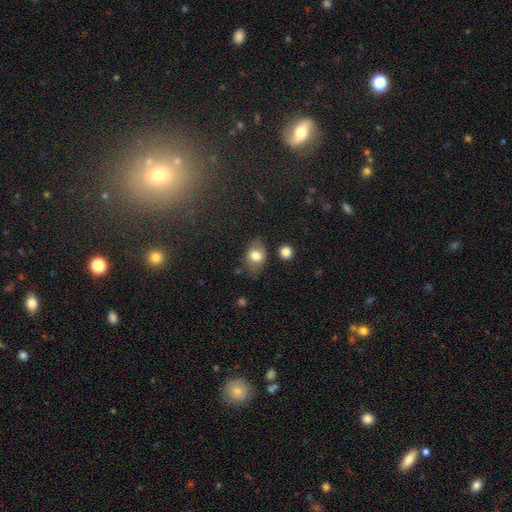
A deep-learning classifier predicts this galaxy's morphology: Smooth or featured? Predicted: smooth (p=0.75). How rounded? Predicted: in between (p=0.74). Merging? Predicted: none (p=0.71).